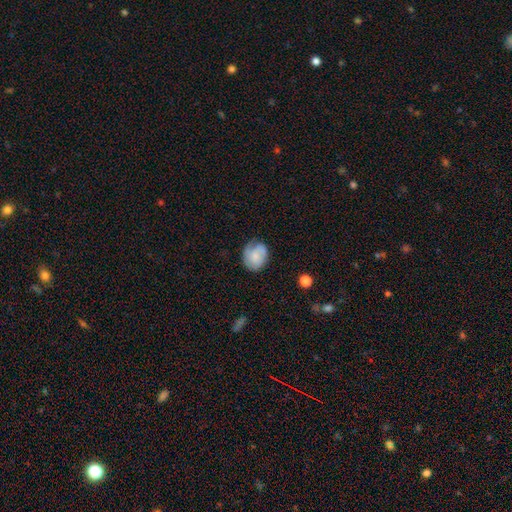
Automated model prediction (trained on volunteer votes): The model was most divided on "how rounded": round: 57%, in between: 42%, cigar-shaped: 1%. More confident: smooth or featured — smooth (63%); merging — none (62%).